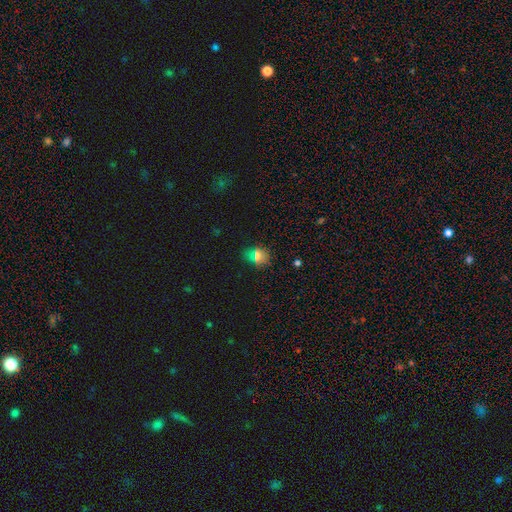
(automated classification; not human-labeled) This is likely a smooth galaxy (63%). How rounded: possibly round (59%). Merging: clearly none (85%).